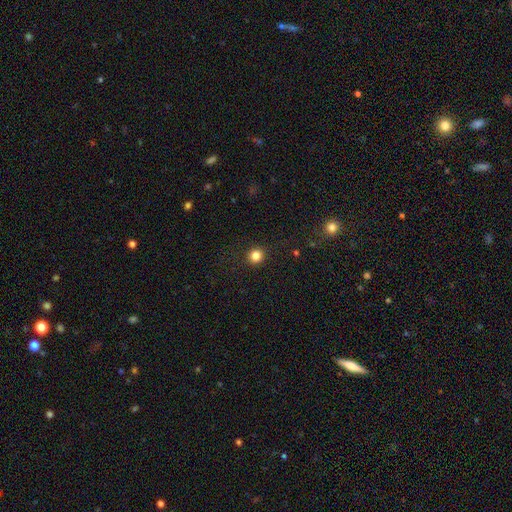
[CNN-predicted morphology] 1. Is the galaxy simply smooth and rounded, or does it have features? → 84% smooth, 12% star or artifact, 4% featured or disk.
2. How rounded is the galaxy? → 90% round, 9% in between, 1% cigar-shaped.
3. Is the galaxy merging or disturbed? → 91% none, 6% minor disturbance, 2% major disturbance, 1% merger.